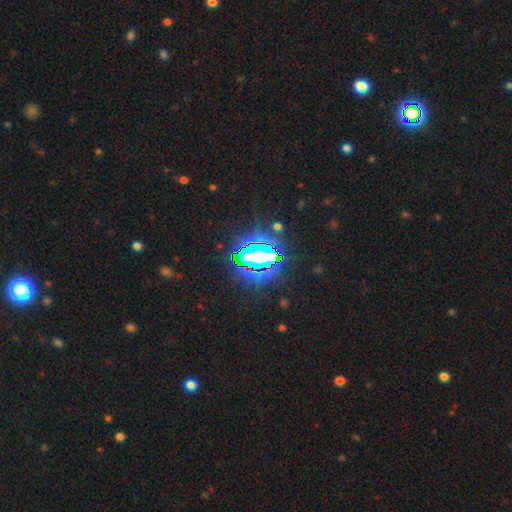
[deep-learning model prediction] smooth-or-featured: star or artifact: 76% | smooth: 13% | featured or disk: 11%